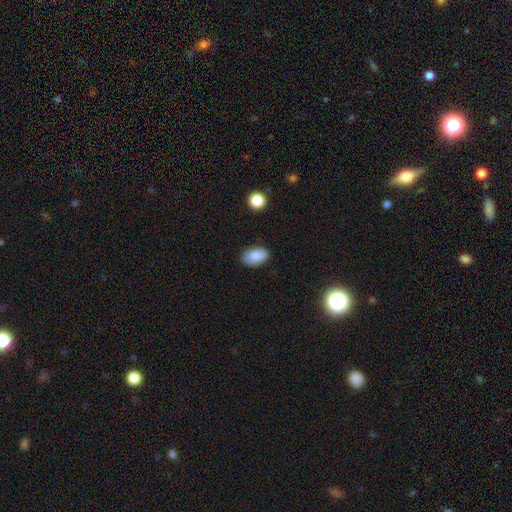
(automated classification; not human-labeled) Overall: smooth (81%). How rounded: in between (92%). Merging: none (85%).